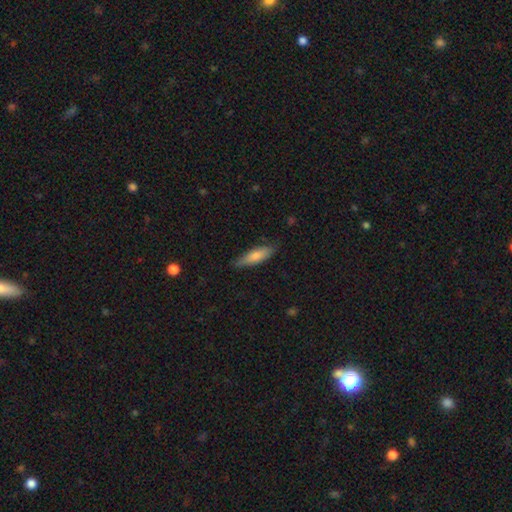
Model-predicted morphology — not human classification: type=smooth (72%); roundness=cigar-shaped (61%); merging=none (82%).